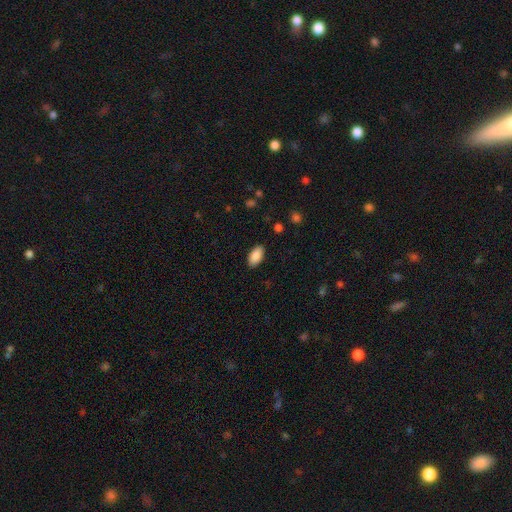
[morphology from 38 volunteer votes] A smooth galaxy with no disk features (92%) that is in between round and cigar-shaped (94%).

Vote fractions:
- Smooth or featured? smooth: 92% / featured or disk: 5% / star or artifact: 3%
- How rounded? in between: 94% / round: 3% / cigar-shaped: 3%
- Merging? none: 81% / minor disturbance: 8% / major disturbance: 8% / merger: 3%